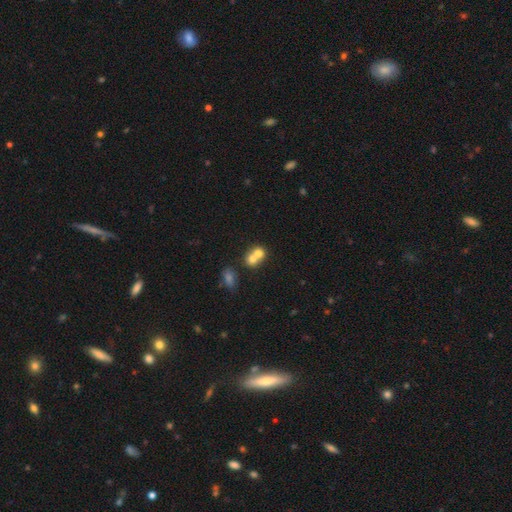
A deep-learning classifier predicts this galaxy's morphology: Smooth or featured?
  - smooth: 70% *
  - featured or disk: 19%
  - star or artifact: 11%
How rounded?
  - round: 69% *
  - in between: 30%
  - cigar-shaped: 1%
Merging?
  - merger: 67% *
  - none: 25%
  - minor disturbance: 5%
  - major disturbance: 3%